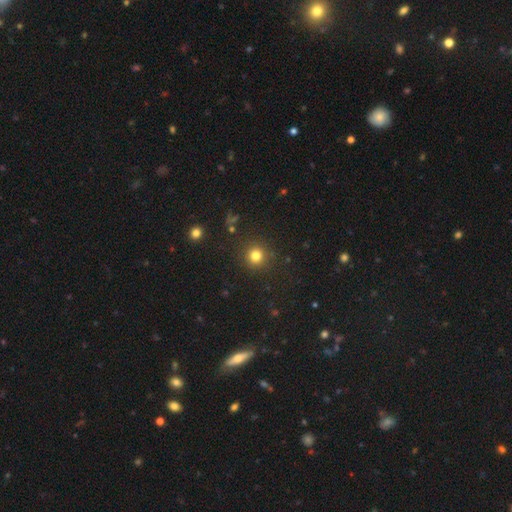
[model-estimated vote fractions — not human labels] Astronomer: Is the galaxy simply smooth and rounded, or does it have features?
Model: smooth — 80%.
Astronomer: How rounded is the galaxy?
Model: round — 93%.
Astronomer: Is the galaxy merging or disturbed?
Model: none — 89%.